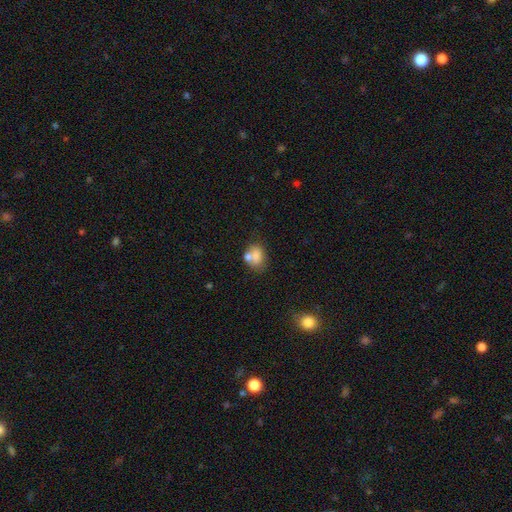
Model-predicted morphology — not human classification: A smooth galaxy with no disk features (73%) that is in between round and cigar-shaped (61%).

Vote fractions:
- Smooth or featured? smooth: 73% / featured or disk: 16% / star or artifact: 10%
- How rounded? in between: 61% / round: 37% / cigar-shaped: 1%
- Merging? none: 42% / merger: 37% / minor disturbance: 15% / major disturbance: 6%